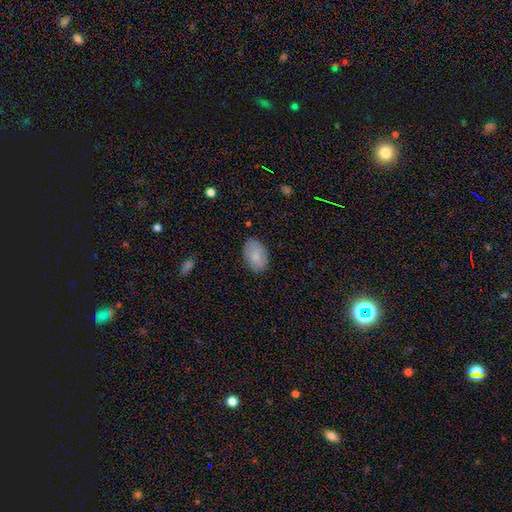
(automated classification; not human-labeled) smooth_or_featured: smooth (p=0.82) [alt: featured or disk p=0.12]
how_rounded: in between (p=0.88) [alt: round p=0.11]
merging: none (p=0.82) [alt: minor disturbance p=0.14]